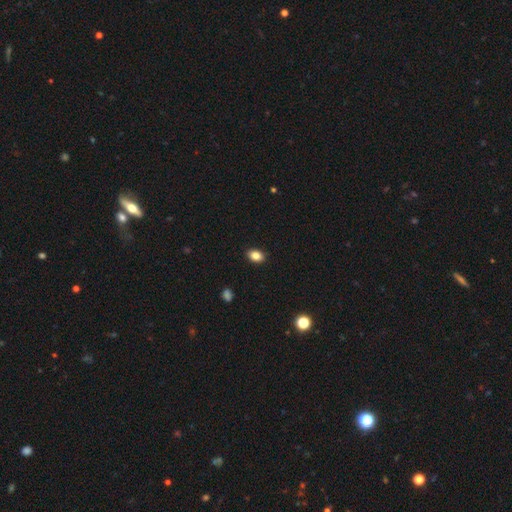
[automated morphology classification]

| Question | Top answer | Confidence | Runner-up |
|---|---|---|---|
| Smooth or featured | smooth | 85% | star or artifact (9%) |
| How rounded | in between | 81% | round (17%) |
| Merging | none | 89% | minor disturbance (8%) |